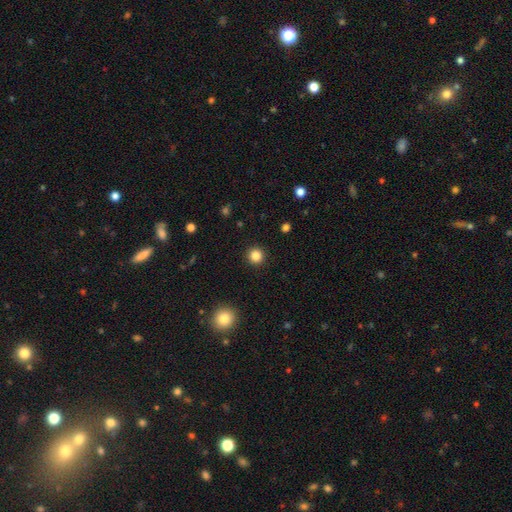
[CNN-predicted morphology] This is clearly a smooth galaxy (84%). How rounded: clearly round (95%). Merging: clearly none (93%).